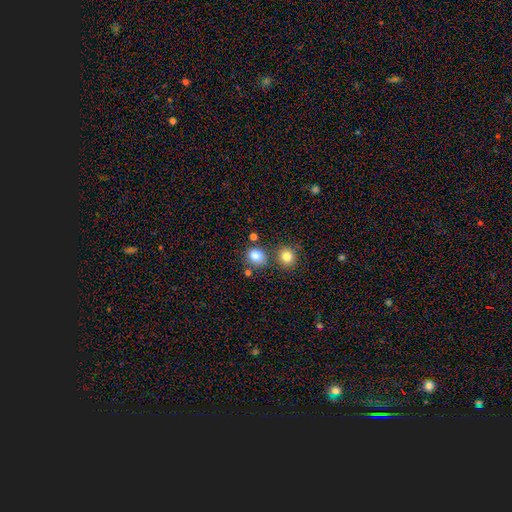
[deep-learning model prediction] smooth_or_featured: smooth (p=0.83) [alt: star or artifact p=0.12]
how_rounded: round (p=0.69) [alt: in between p=0.30]
merging: none (p=0.71) [alt: merger p=0.13]